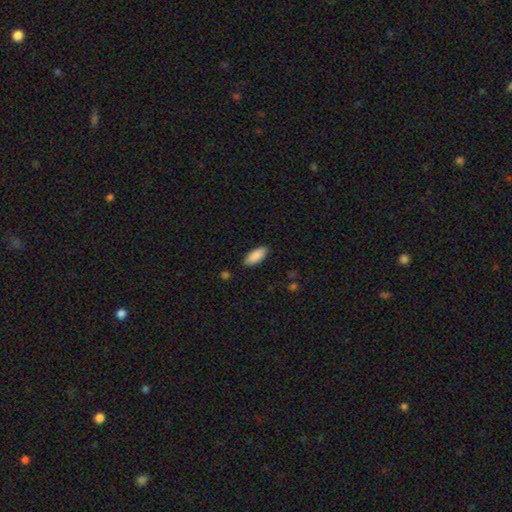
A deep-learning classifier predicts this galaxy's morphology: A smooth galaxy with no disk features (89%) that is in between round and cigar-shaped (81%).

Vote fractions:
- Smooth or featured? smooth: 89% / star or artifact: 6% / featured or disk: 5%
- How rounded? in between: 81% / cigar-shaped: 17% / round: 2%
- Merging? none: 87% / minor disturbance: 10% / major disturbance: 2% / merger: 1%